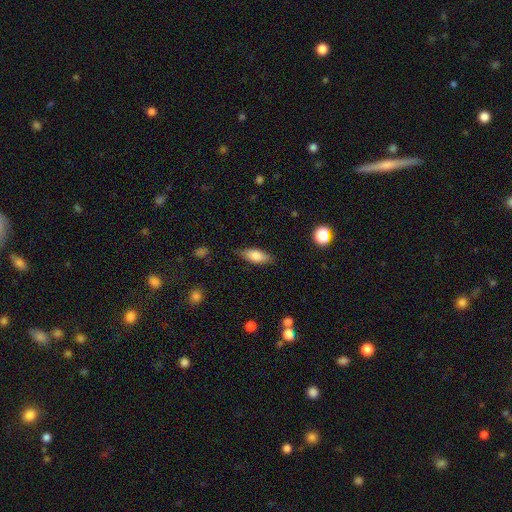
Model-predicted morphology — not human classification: Smooth or featured: smooth — 81% (featured or disk — 13%)
How rounded: in between — 75% (cigar-shaped — 22%)
Merging: none — 81% (minor disturbance — 14%)